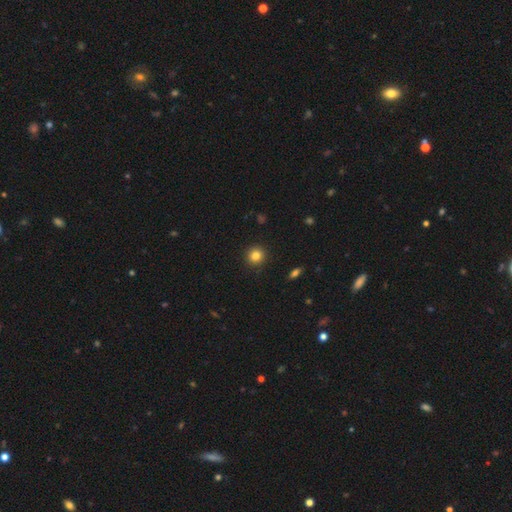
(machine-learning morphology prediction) A smooth galaxy with no disk features (83%) that is round (92%). Merging: none (91%).